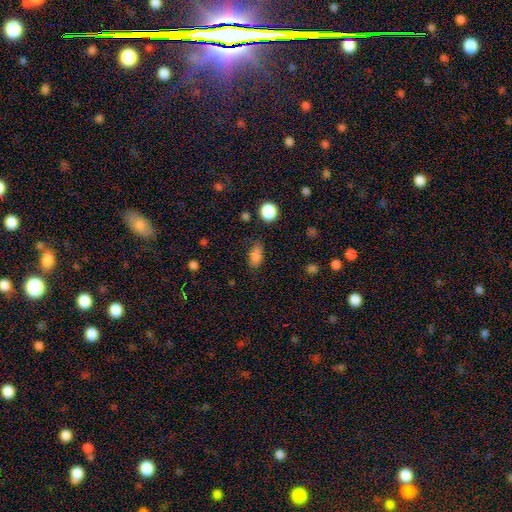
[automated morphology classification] A smooth galaxy with no disk features (84%) that is in between round and cigar-shaped (84%).

Vote fractions:
- Smooth or featured? smooth: 84% / star or artifact: 11% / featured or disk: 5%
- How rounded? in between: 84% / round: 9% / cigar-shaped: 7%
- Merging? none: 76% / minor disturbance: 17% / major disturbance: 5% / merger: 2%